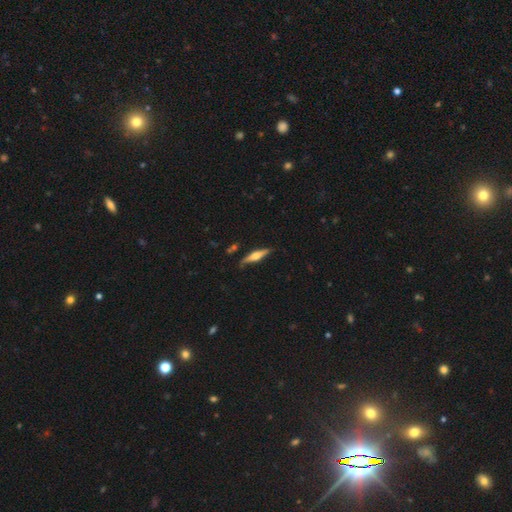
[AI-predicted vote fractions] Q: Smooth or featured?
A: featured or disk (60%); runner-up: smooth (35%)
Q: Edge-on disk?
A: yes (96%); runner-up: no (4%)
Q: Edge-on bulge?
A: rounded (85%); runner-up: boxy (11%)
Q: Merging?
A: none (80%); runner-up: minor disturbance (15%)